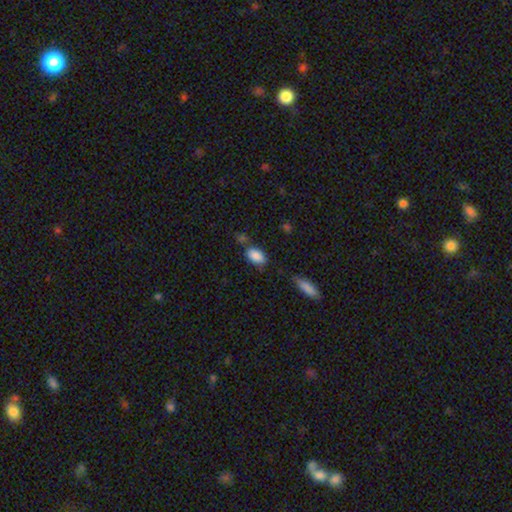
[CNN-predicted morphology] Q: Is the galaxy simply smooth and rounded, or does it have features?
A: smooth — 87%.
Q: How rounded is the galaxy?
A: in between — 92%.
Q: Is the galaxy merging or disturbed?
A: none — 69%.